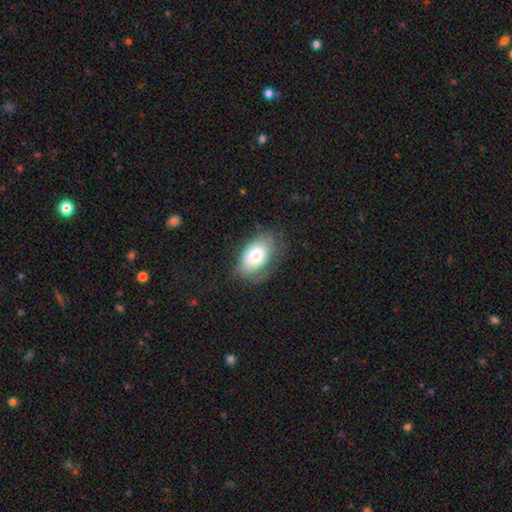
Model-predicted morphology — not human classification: smooth-or-featured: smooth: 70% | featured or disk: 23% | star or artifact: 7%
  how-rounded: in between: 90% | round: 8% | cigar-shaped: 1%
  merging: none: 61% | minor disturbance: 26% | major disturbance: 11% | merger: 1%